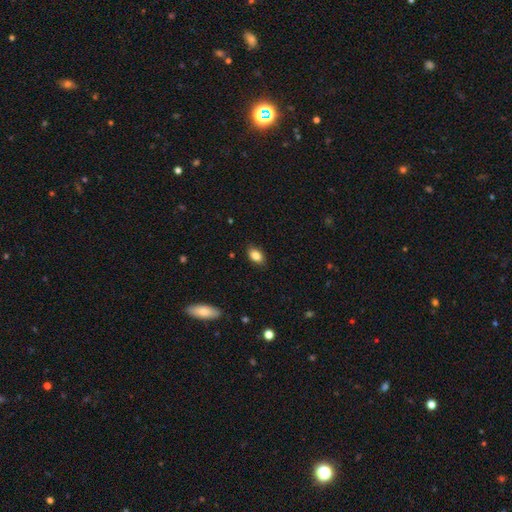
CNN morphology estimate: Smooth or featured? smooth (85%)
How rounded? in between (87%)
Merging? none (86%)